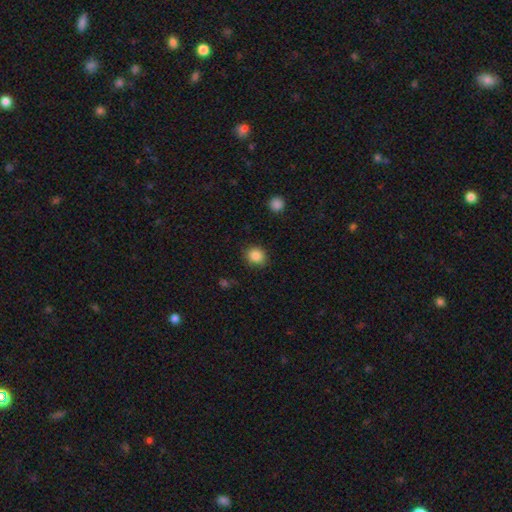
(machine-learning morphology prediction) Smooth or featured: smooth — 86% (star or artifact — 10%)
How rounded: round — 79% (in between — 20%)
Merging: none — 84% (minor disturbance — 12%)